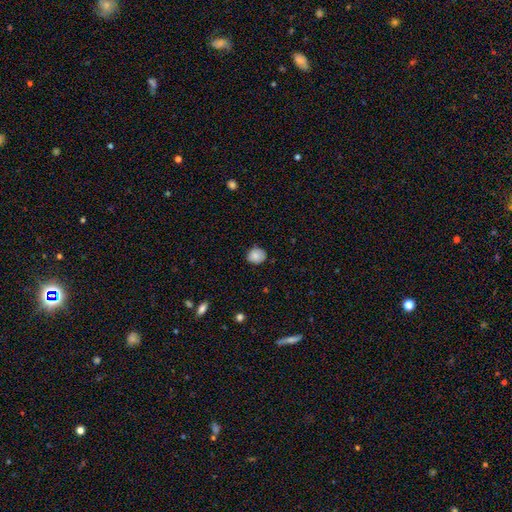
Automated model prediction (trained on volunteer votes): This is clearly a smooth galaxy (84%). How rounded: likely round (77%). Merging: likely none (78%).